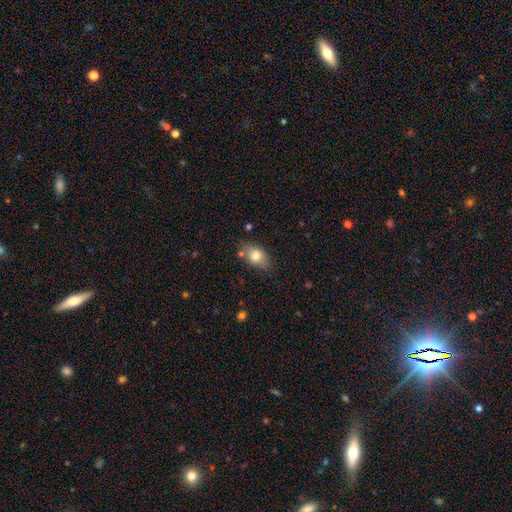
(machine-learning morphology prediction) smooth 78%, featured or disk 13%, star or artifact 8%. Down the decision tree: how rounded — in between (82%); merging — none (72%).